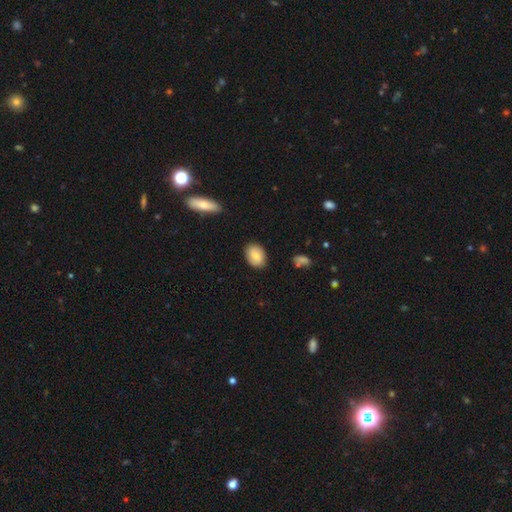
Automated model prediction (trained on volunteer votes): smooth_or_featured: smooth (p=0.68) [alt: featured or disk p=0.24]
how_rounded: in between (p=0.70) [alt: round p=0.29]
merging: none (p=0.84) [alt: minor disturbance p=0.12]